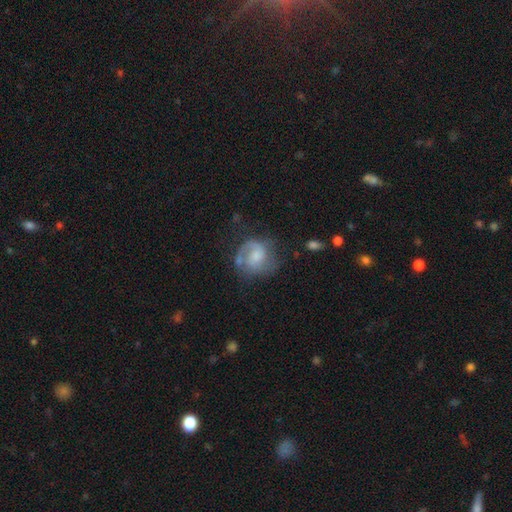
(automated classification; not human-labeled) Overall: featured or disk (64%; smooth 29%). Edge-on disk: no (98%). Bar: no (58%; weak 36%). Spiral arms: yes (86%). Spiral arm count: 2 (45%; 1 36%). Spiral winding: medium (44%; tight 33%). Bulge size: moderate (35%; small 32%). Merging: none (55%; minor disturbance 22%).